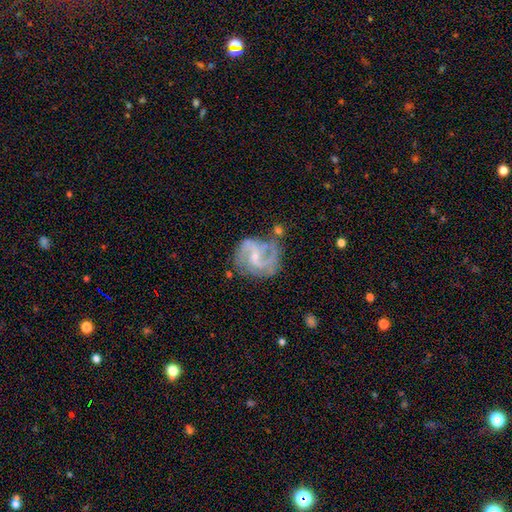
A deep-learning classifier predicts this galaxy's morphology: Q: Smooth or featured?
A: featured or disk (87%); runner-up: smooth (8%)
Q: Edge-on disk?
A: no (98%); runner-up: yes (2%)
Q: Bar?
A: weak (52%); runner-up: no (29%)
Q: Spiral arms?
A: yes (96%); runner-up: no (4%)
Q: Spiral winding?
A: medium (53%); runner-up: loose (28%)
Q: Spiral arm count?
A: 2 (79%); runner-up: 3 (8%)
Q: Bulge size?
A: small (68%); runner-up: moderate (25%)
Q: Merging?
A: none (58%); runner-up: minor disturbance (23%)